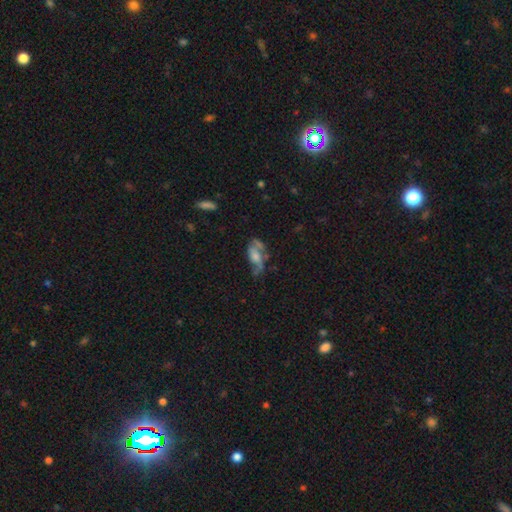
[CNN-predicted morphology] A featured or disk galaxy (51%).

Vote fractions:
- Smooth or featured? featured or disk: 51% / smooth: 39% / star or artifact: 10%
- Edge-on disk? no: 90% / yes: 10%
- Merging? none: 34% / major disturbance: 30% / minor disturbance: 26% / merger: 11%